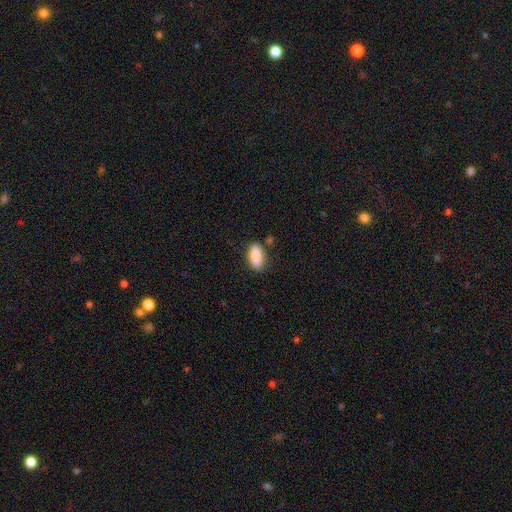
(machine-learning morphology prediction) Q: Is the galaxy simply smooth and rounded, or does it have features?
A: smooth — 86%.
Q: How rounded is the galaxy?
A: in between — 87%.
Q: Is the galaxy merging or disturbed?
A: none — 70%.